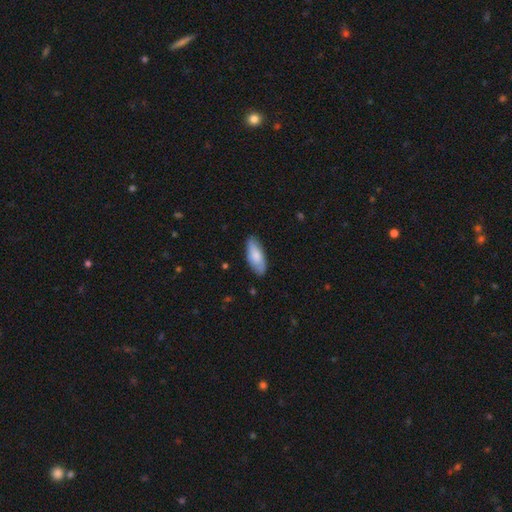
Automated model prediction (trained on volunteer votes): Q: Smooth or featured?
A: smooth (77%); runner-up: featured or disk (17%)
Q: How rounded?
A: in between (77%); runner-up: cigar-shaped (21%)
Q: Merging?
A: none (84%); runner-up: minor disturbance (13%)